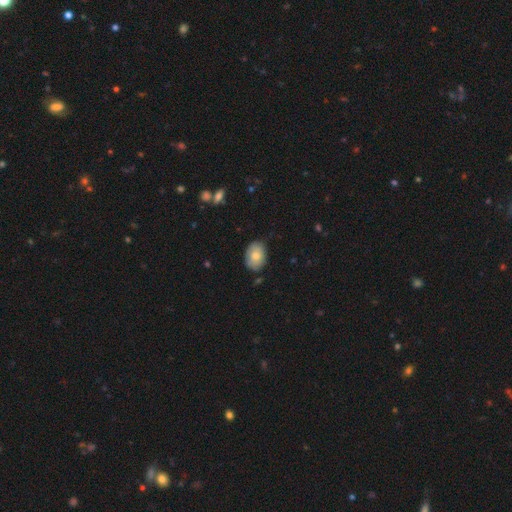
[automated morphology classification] type=smooth (76%); roundness=in between (79%); merging=none (76%).